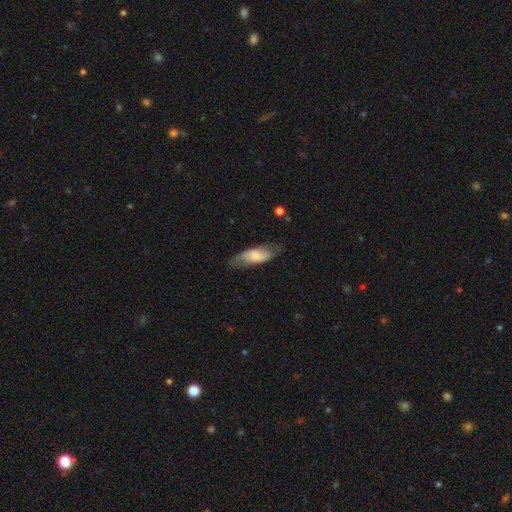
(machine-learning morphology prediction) Overall: smooth (60%; featured or disk 33%). How rounded: in between (69%). Merging: none (63%; minor disturbance 26%).